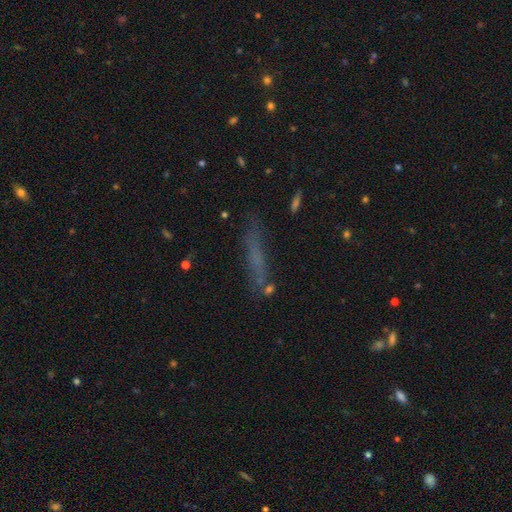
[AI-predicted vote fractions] smooth-or-featured: smooth: 56% | featured or disk: 29% | star or artifact: 15%
  how-rounded: cigar-shaped: 88% | in between: 10% | round: 3%
  merging: none: 71% | minor disturbance: 17% | major disturbance: 7% | merger: 5%